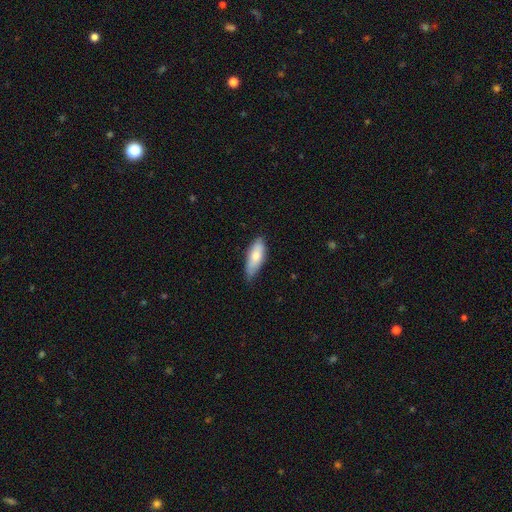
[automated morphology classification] Smooth or featured? Predicted: smooth (p=0.74). How rounded? Predicted: in between (p=0.71). Merging? Predicted: none (p=0.67).